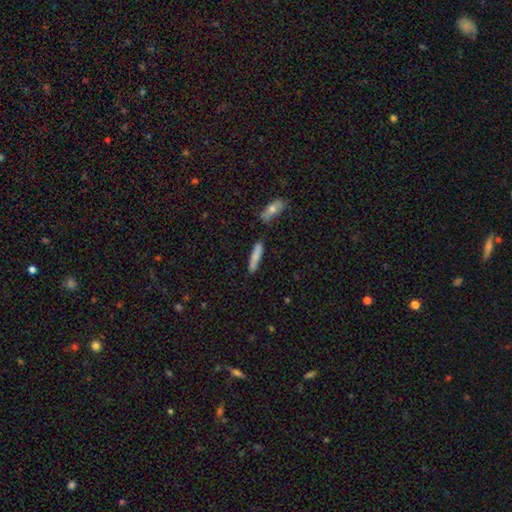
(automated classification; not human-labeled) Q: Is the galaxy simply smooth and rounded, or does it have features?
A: smooth — 76%.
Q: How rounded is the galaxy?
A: cigar-shaped — 83%.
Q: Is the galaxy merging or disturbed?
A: none — 75%.